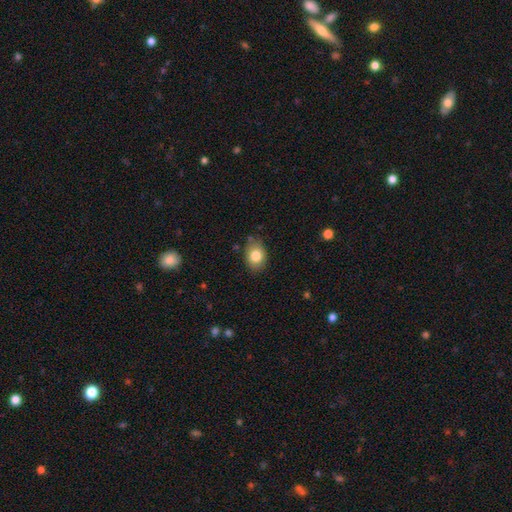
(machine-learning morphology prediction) Smooth or featured? smooth (82%)
How rounded? in between (68%)
Merging? none (80%)